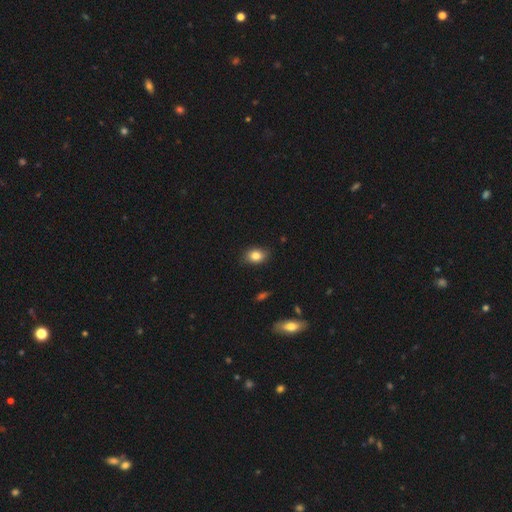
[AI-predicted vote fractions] This appears to be a smooth galaxy with no disk features (82%) that is in between round and cigar-shaped (69%). Merging: none (83%).